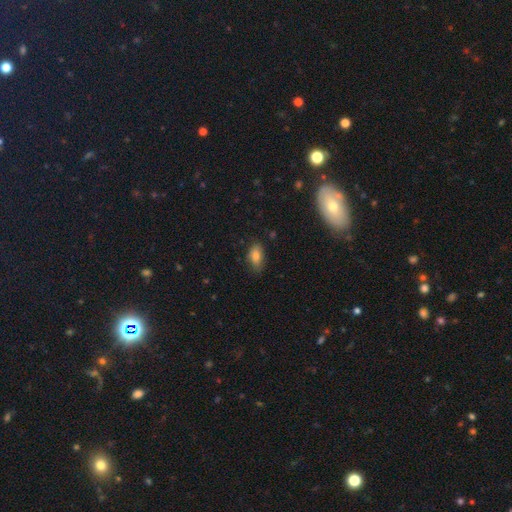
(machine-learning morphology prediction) A smooth galaxy with no disk features (81%) that is in between round and cigar-shaped (88%).

Vote fractions:
- Smooth or featured? smooth: 81% / featured or disk: 10% / star or artifact: 9%
- How rounded? in between: 88% / round: 7% / cigar-shaped: 4%
- Merging? none: 74% / minor disturbance: 21% / major disturbance: 4% / merger: 2%